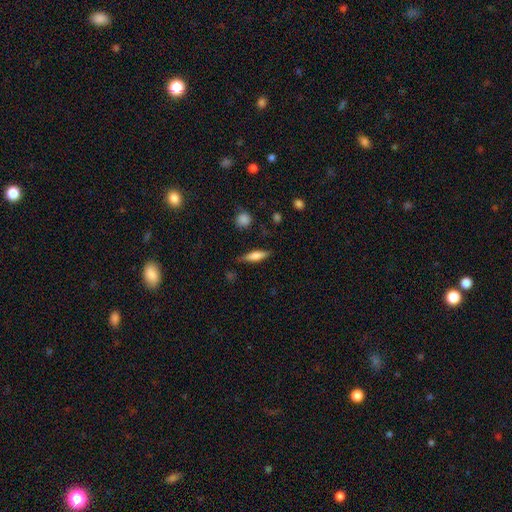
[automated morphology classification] Smooth or featured?
  - smooth: 65% *
  - featured or disk: 28%
  - star or artifact: 7%
How rounded?
  - cigar-shaped: 69% *
  - in between: 29%
  - round: 2%
Merging?
  - none: 80% *
  - minor disturbance: 15%
  - major disturbance: 4%
  - merger: 2%